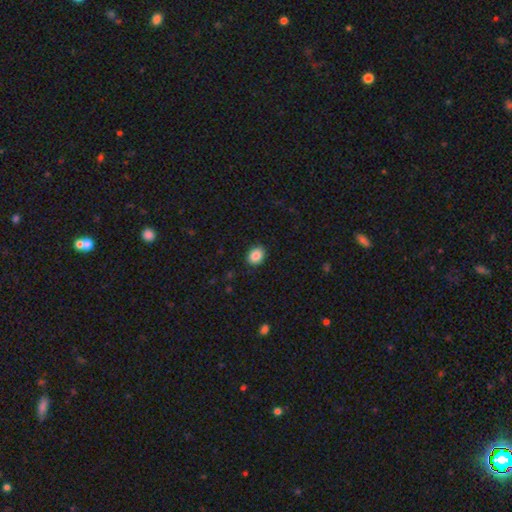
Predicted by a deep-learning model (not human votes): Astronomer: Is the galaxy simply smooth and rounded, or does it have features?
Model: smooth — 87%.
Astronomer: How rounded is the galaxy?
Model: in between — 60% (runner-up: round, 40%).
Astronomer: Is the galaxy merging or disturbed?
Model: none — 88%.